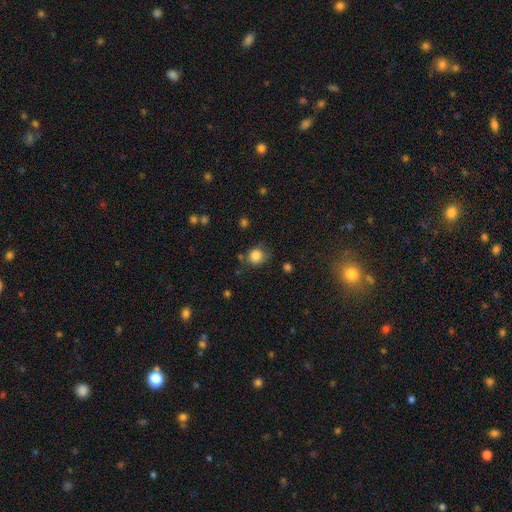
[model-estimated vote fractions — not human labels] The model was most divided on "merging": none: 64%, minor disturbance: 25%, major disturbance: 8%, merger: 4%. More confident: smooth or featured — smooth (84%); how rounded — round (80%).